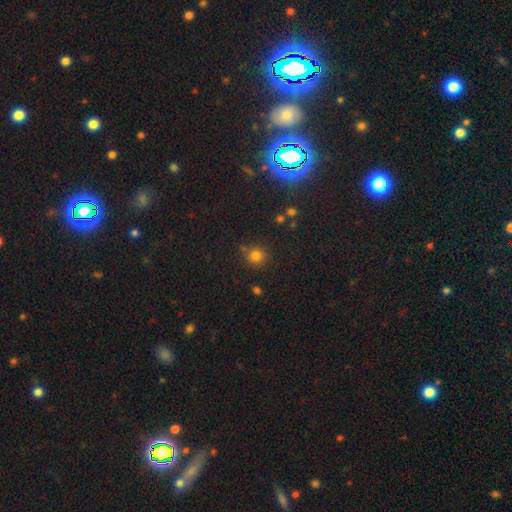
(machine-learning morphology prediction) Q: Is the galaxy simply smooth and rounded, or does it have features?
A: smooth — 79%.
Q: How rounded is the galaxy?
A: round — 91%.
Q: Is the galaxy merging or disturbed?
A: none — 76%.